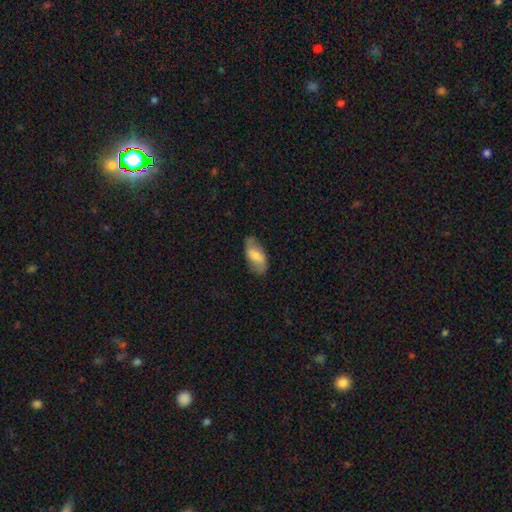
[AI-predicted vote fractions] Smooth or featured? Predicted: smooth (p=0.60). How rounded? Predicted: in between (p=0.92). Merging? Predicted: none (p=0.77).